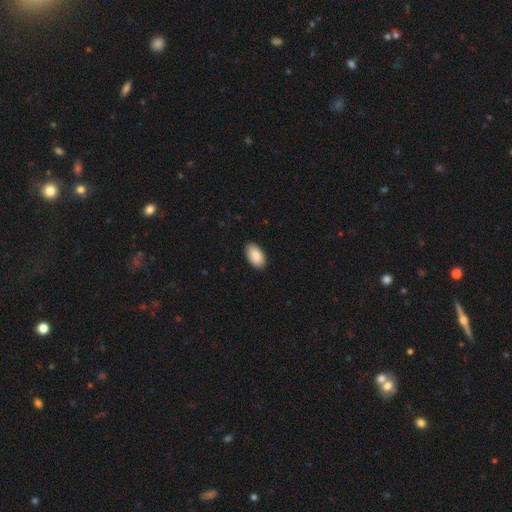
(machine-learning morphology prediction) Smooth or featured?
  - smooth: 89% *
  - star or artifact: 6%
  - featured or disk: 5%
How rounded?
  - in between: 96% *
  - round: 3%
  - cigar-shaped: 1%
Merging?
  - none: 89% *
  - minor disturbance: 8%
  - major disturbance: 2%
  - merger: 1%